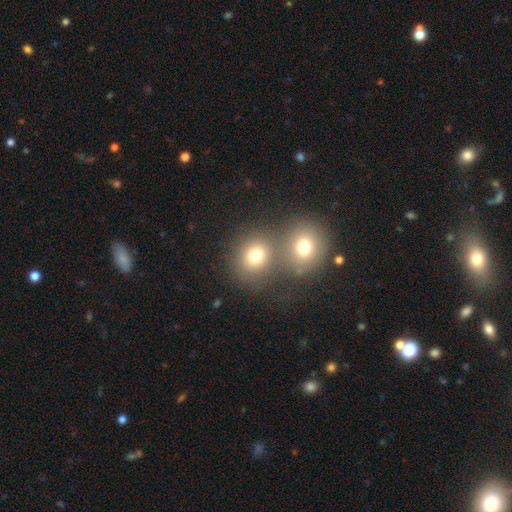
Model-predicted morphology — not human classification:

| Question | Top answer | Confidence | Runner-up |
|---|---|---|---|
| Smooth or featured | smooth | 75% | star or artifact (14%) |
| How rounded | round | 79% | in between (20%) |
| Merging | none | 47% | merger (42%) |